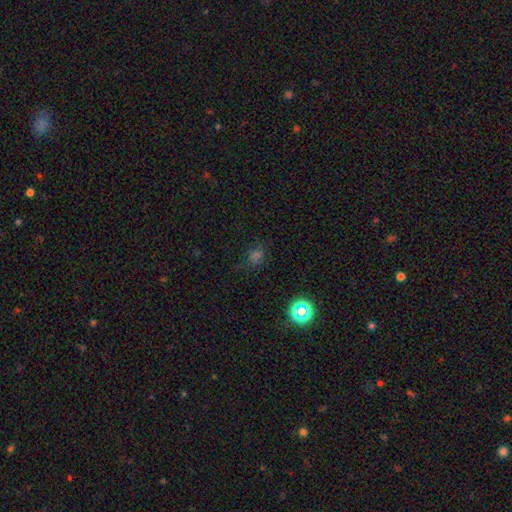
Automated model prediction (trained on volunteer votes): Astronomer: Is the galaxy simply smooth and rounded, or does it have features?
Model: smooth — 53% (runner-up: star or artifact, 38%).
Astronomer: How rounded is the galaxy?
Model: round — 58% (runner-up: in between, 40%).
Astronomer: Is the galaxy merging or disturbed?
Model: none — 71%.